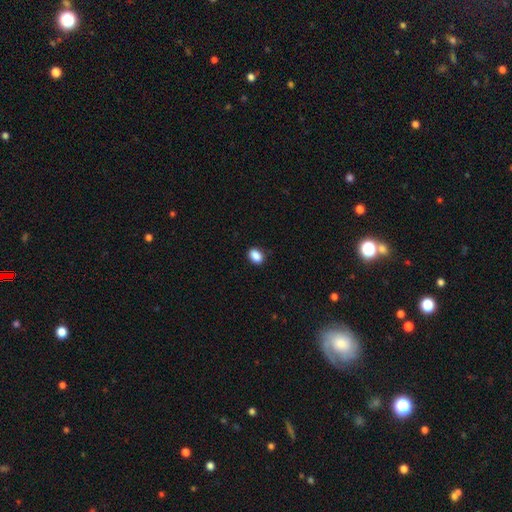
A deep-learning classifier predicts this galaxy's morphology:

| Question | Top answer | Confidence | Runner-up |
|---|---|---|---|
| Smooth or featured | smooth | 89% | star or artifact (8%) |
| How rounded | in between | 80% | round (18%) |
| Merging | none | 85% | minor disturbance (12%) |